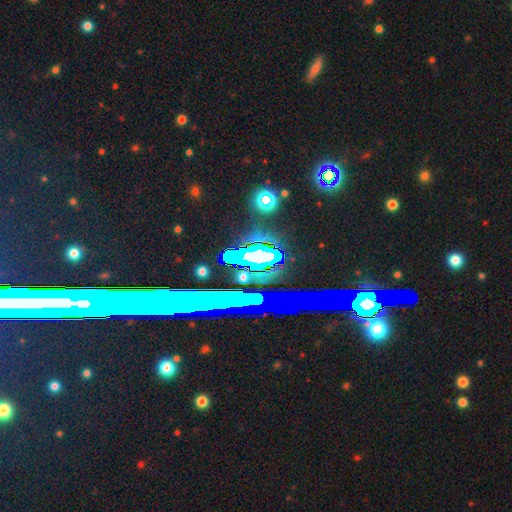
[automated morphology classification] Smooth or featured? star or artifact (64%)